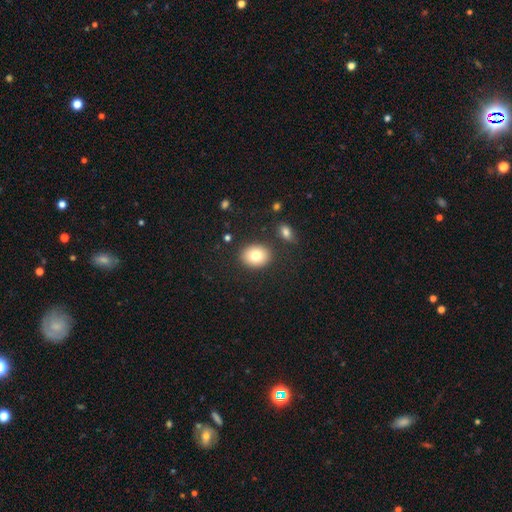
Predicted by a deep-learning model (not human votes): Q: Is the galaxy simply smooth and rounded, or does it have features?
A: smooth — 80%.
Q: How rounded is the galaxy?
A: round — 50%.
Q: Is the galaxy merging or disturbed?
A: none — 86%.